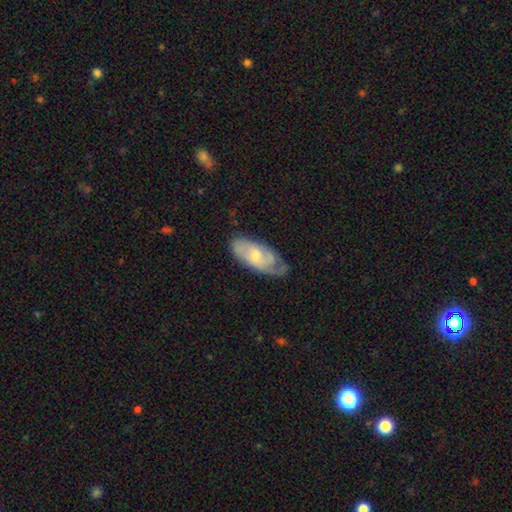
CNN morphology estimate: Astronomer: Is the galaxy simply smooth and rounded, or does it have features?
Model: featured or disk — 54% (runner-up: smooth, 40%).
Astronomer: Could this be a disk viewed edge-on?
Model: no — 89%.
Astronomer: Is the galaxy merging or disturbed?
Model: none — 57%.